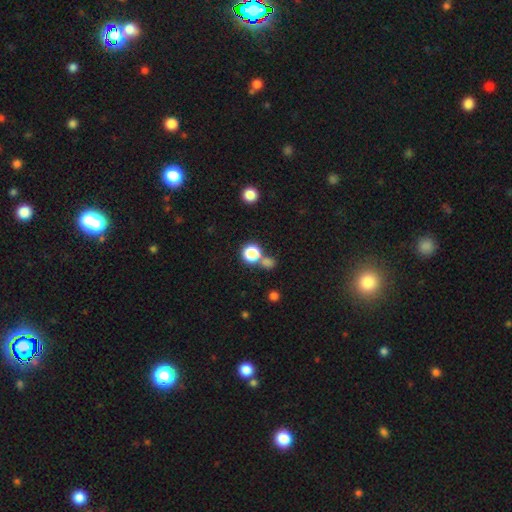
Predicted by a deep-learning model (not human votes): A smooth galaxy with no disk features (50%) that is round (86%).

Vote fractions:
- Smooth or featured? smooth: 50% / star or artifact: 42% / featured or disk: 8%
- How rounded? round: 86% / in between: 12% / cigar-shaped: 2%
- Merging? none: 74% / merger: 15% / minor disturbance: 8% / major disturbance: 4%